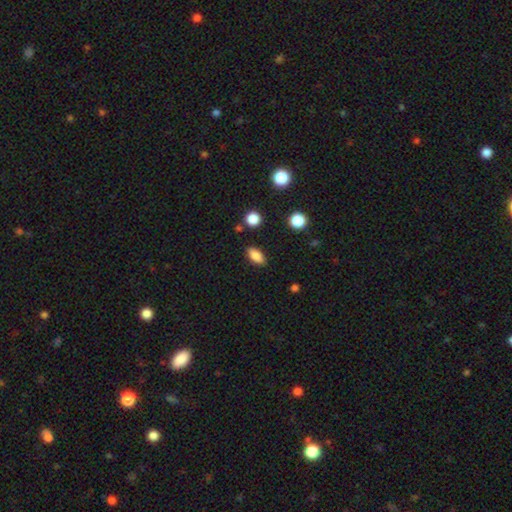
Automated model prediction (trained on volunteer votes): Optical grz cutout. It shows a smooth galaxy with no disk features (83%) that is in between round and cigar-shaped (86%). Merging: none (85%).